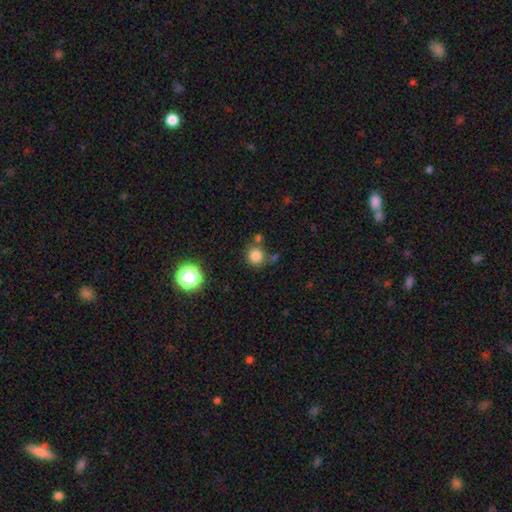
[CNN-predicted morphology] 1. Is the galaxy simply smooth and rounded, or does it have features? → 82% smooth, 13% star or artifact, 6% featured or disk.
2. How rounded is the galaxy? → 90% round, 9% in between, 1% cigar-shaped.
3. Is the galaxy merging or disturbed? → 72% none, 12% minor disturbance, 12% merger, 4% major disturbance.